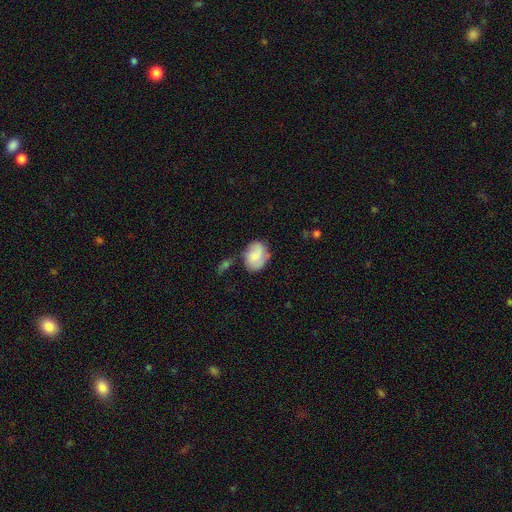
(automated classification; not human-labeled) Smooth or featured: smooth — 65% (featured or disk — 27%)
How rounded: in between — 61% (round — 38%)
Merging: none — 54% (minor disturbance — 26%)